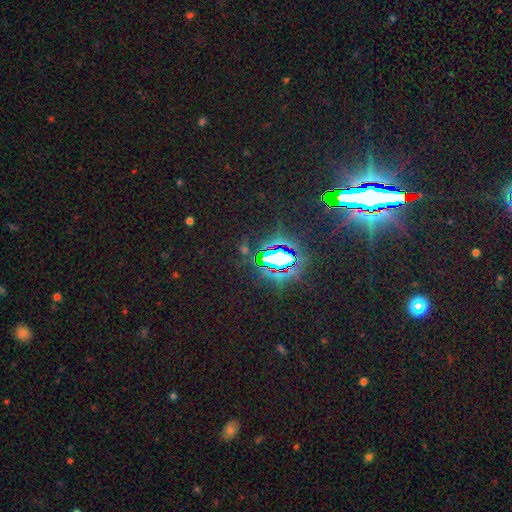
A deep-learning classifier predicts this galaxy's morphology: Smooth or featured? Predicted: star or artifact (p=0.85).